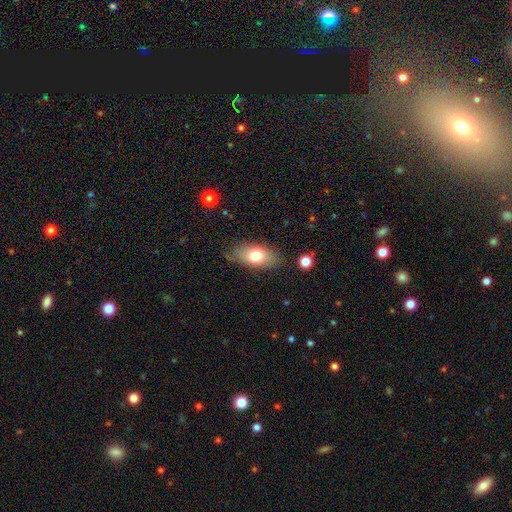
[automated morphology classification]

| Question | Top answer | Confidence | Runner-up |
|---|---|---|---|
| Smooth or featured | smooth | 73% | featured or disk (19%) |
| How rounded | in between | 86% | cigar-shaped (7%) |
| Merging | none | 75% | minor disturbance (18%) |